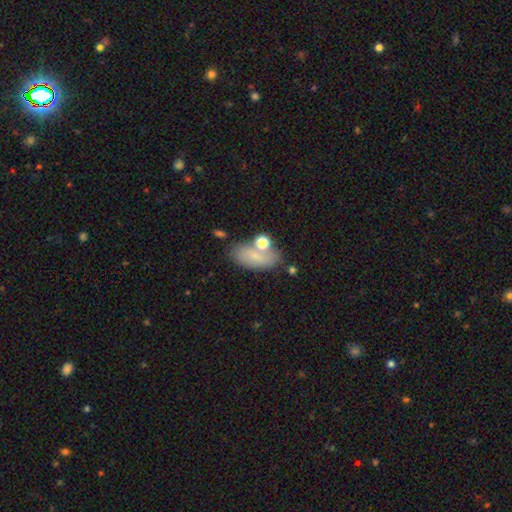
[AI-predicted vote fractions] Smooth or featured? Predicted: smooth (p=0.73). How rounded? Predicted: in between (p=0.87). Merging? Predicted: none (p=0.58).